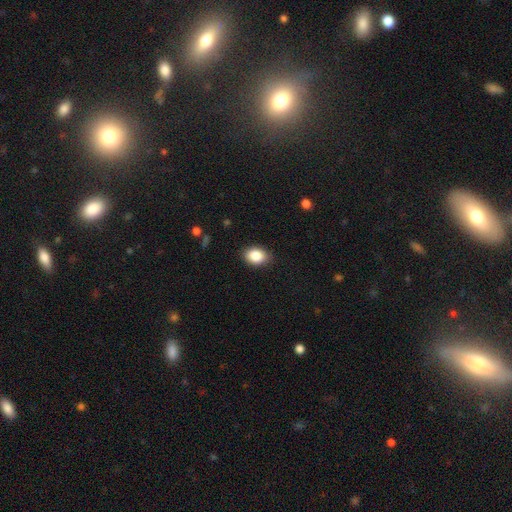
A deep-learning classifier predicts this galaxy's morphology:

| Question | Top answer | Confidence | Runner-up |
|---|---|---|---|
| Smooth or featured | smooth | 87% | star or artifact (8%) |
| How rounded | in between | 71% | round (28%) |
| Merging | none | 85% | minor disturbance (11%) |